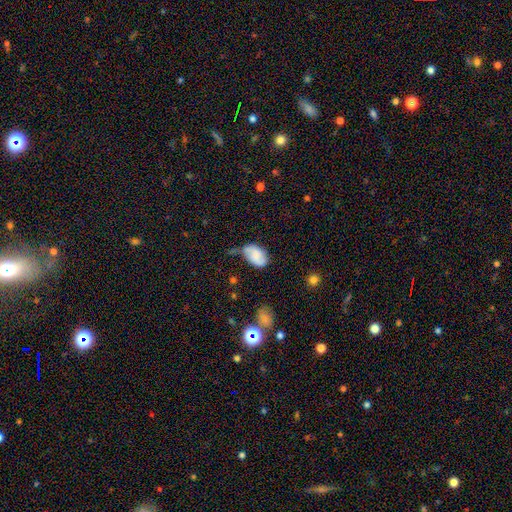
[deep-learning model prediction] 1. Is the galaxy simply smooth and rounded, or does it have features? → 66% smooth, 25% featured or disk, 9% star or artifact.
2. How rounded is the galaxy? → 88% in between, 11% round, 1% cigar-shaped.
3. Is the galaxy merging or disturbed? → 38% minor disturbance, 34% none, 18% major disturbance, 9% merger.